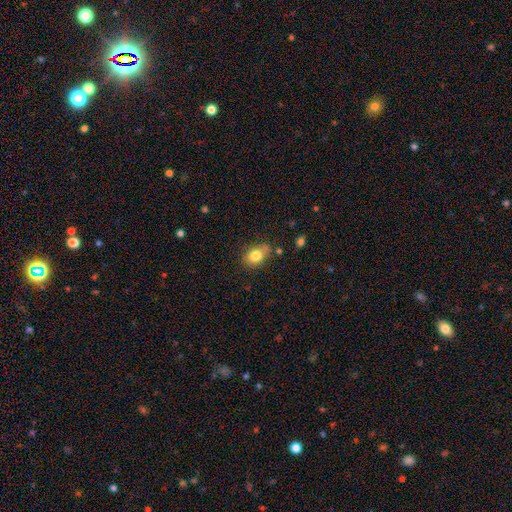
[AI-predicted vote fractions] smooth_or_featured: smooth (p=0.80) [alt: featured or disk p=0.10]
how_rounded: in between (p=0.64) [alt: round p=0.34]
merging: none (p=0.64) [alt: minor disturbance p=0.24]